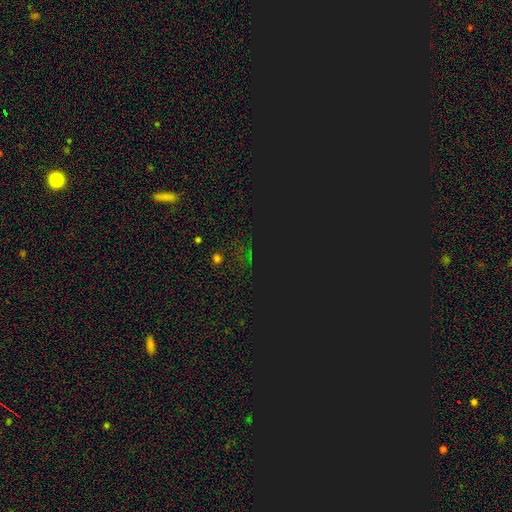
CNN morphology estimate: type=star or artifact (81%).